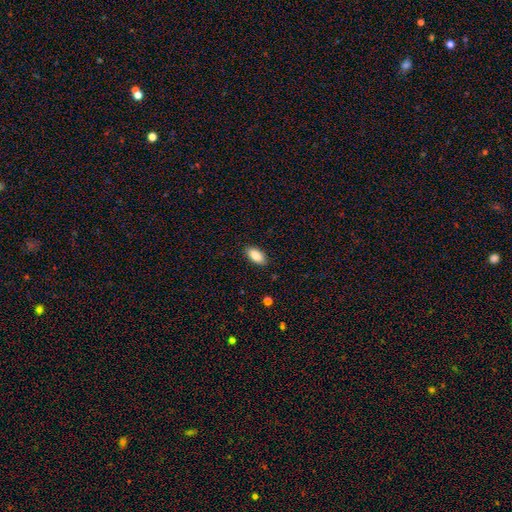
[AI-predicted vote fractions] This appears to be a smooth galaxy with no disk features (88%) that is in between round and cigar-shaped (93%). Merging: none (88%).